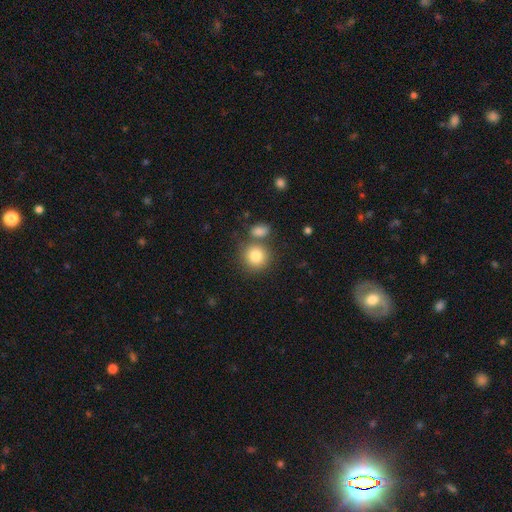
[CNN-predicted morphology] smooth-or-featured: smooth: 83% | star or artifact: 9% | featured or disk: 8%
  how-rounded: round: 88% | in between: 11% | cigar-shaped: 1%
  merging: none: 65% | merger: 22% | minor disturbance: 10% | major disturbance: 3%